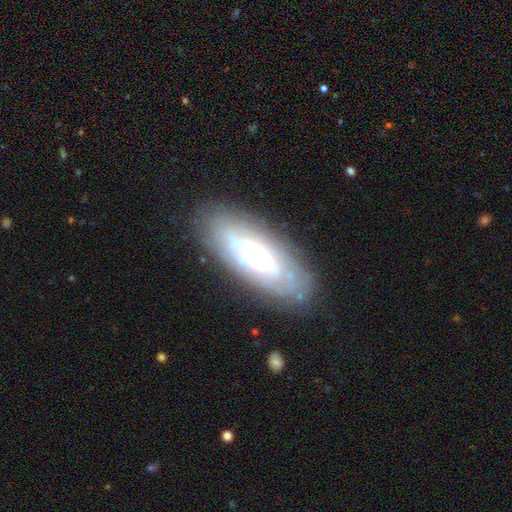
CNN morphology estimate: This is likely a featured or disk galaxy (61%). It is likely not viewed edge-on (79%). Merging: likely none (75%).